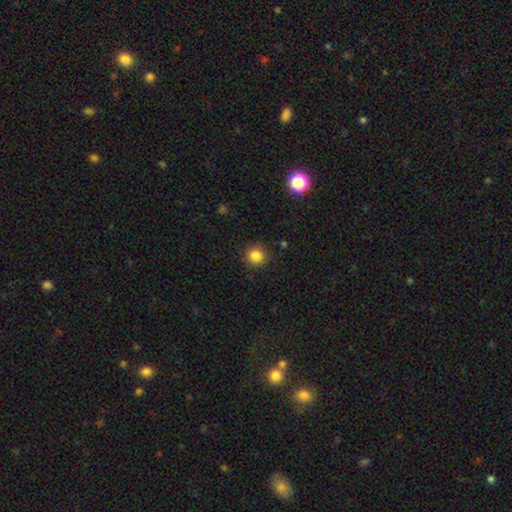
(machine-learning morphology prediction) smooth 85%, star or artifact 11%, featured or disk 4%. Down the decision tree: how rounded — round (92%); merging — none (90%).